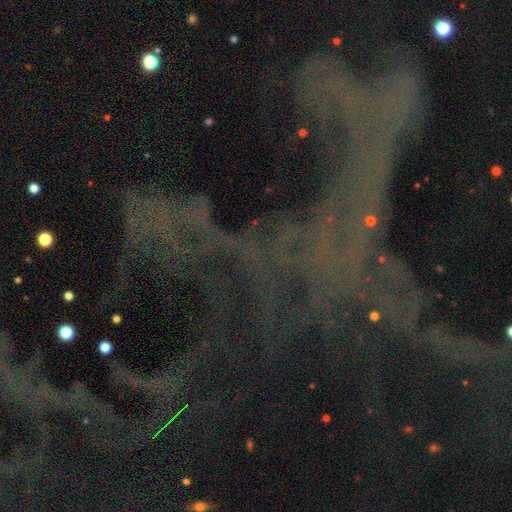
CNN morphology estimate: A star or artifact, not a galaxy (78%).